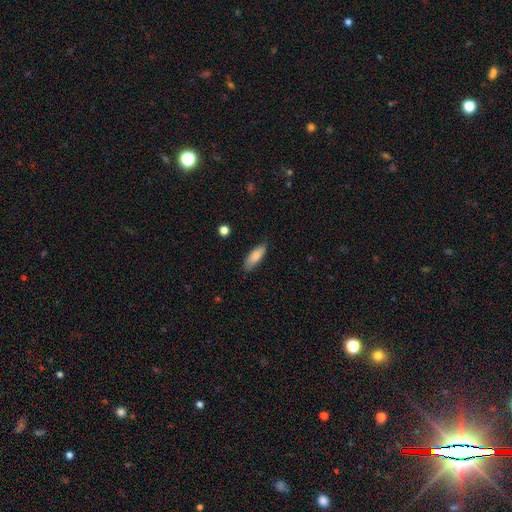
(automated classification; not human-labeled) smooth_or_featured: smooth (p=0.84) [alt: featured or disk p=0.09]
how_rounded: in between (p=0.62) [alt: cigar-shaped p=0.36]
merging: none (p=0.79) [alt: minor disturbance p=0.17]